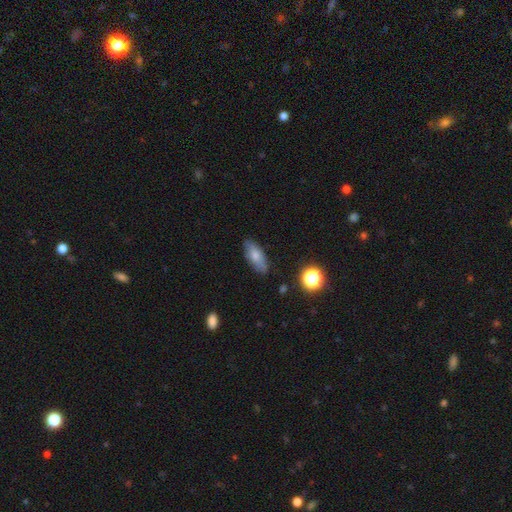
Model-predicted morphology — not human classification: Q: Smooth or featured?
A: smooth (70%); runner-up: featured or disk (22%)
Q: How rounded?
A: in between (78%); runner-up: cigar-shaped (19%)
Q: Merging?
A: none (79%); runner-up: minor disturbance (16%)